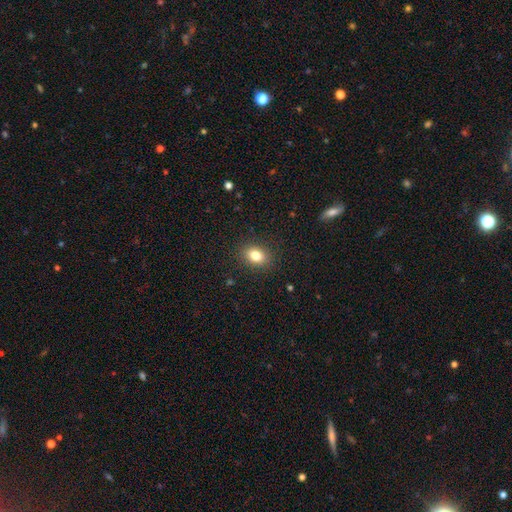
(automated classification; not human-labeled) The model was most divided on "how rounded": in between: 67%, round: 32%, cigar-shaped: 1%. More confident: merging — none (88%); smooth or featured — smooth (82%).